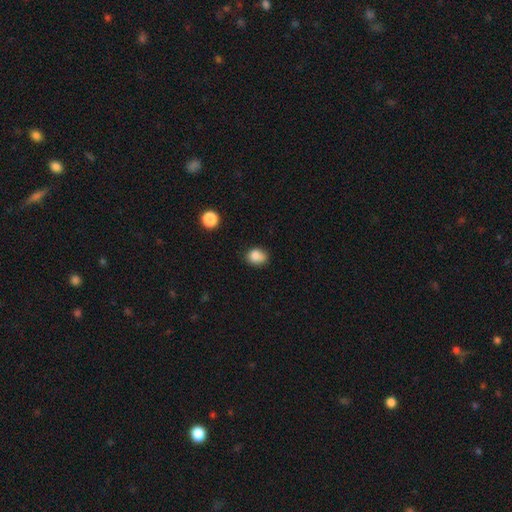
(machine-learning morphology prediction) Overall: smooth (83%). How rounded: round (51%; in between 48%). Merging: none (63%; minor disturbance 26%).